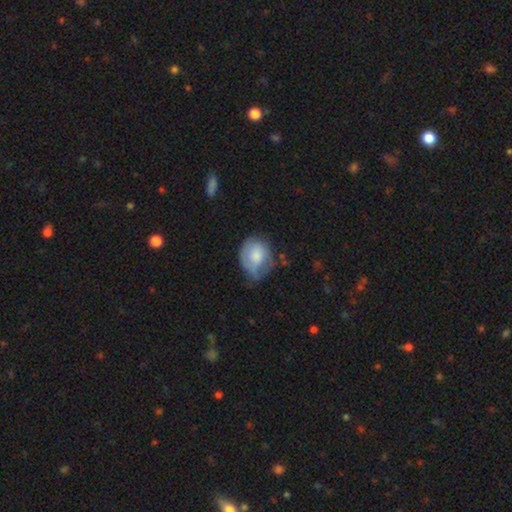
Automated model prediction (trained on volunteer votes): smooth_or_featured: smooth (p=0.70) [alt: featured or disk p=0.23]
how_rounded: round (p=0.52) [alt: in between p=0.47]
merging: minor disturbance (p=0.40) [alt: none p=0.37]